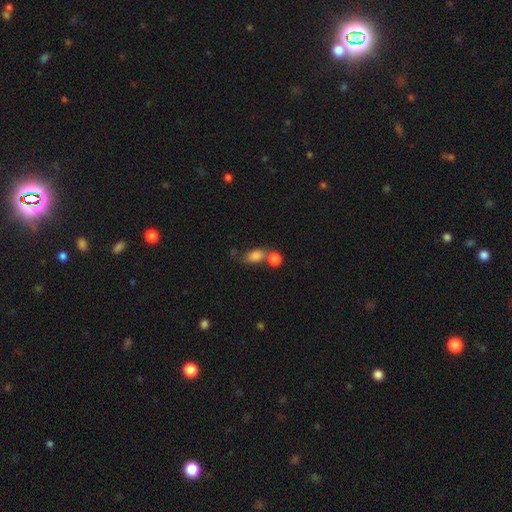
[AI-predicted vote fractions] Overall: smooth (83%). How rounded: in between (75%). Merging: none (42%; merger 37%).